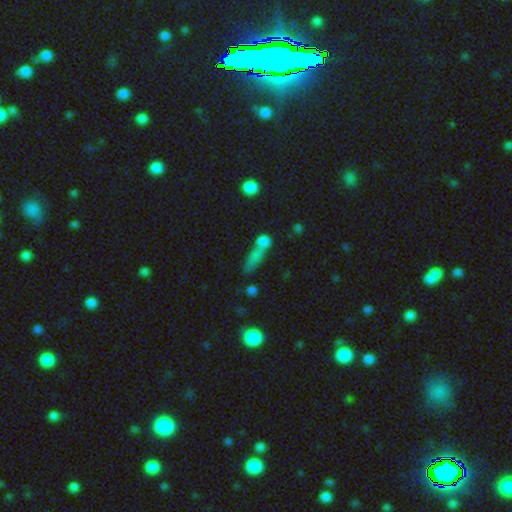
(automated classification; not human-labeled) This appears to be a smooth galaxy with no disk features (69%) that is cigar-shaped (45%). Merging: merger (42%).